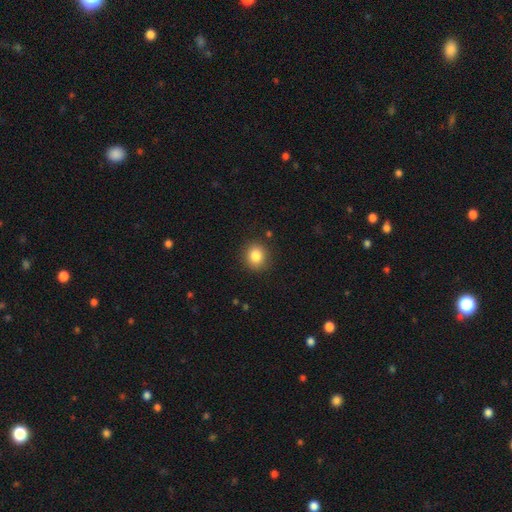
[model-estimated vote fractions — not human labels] A smooth galaxy with no disk features (84%) that is round (83%). Merging: none (89%).